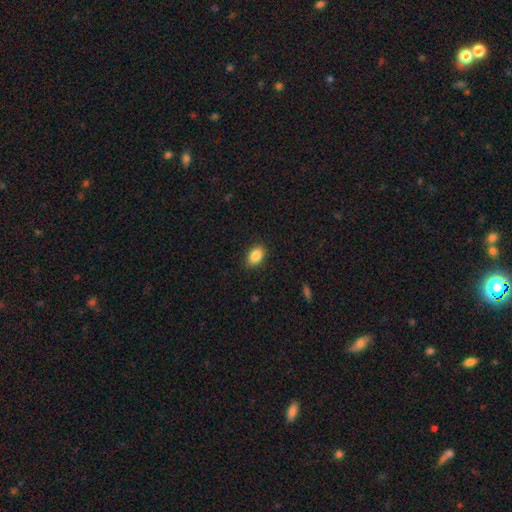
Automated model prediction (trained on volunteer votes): smooth 87%, star or artifact 8%, featured or disk 5%. Down the decision tree: how rounded — in between (86%); merging — none (88%).